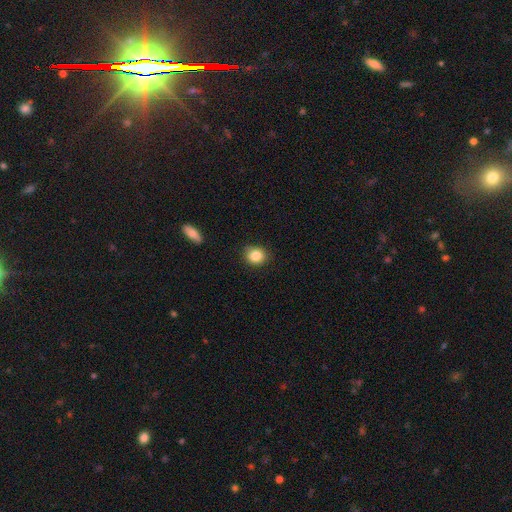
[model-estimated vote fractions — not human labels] Smooth or featured: smooth — 86% (star or artifact — 9%)
How rounded: round — 75% (in between — 24%)
Merging: none — 86% (minor disturbance — 10%)